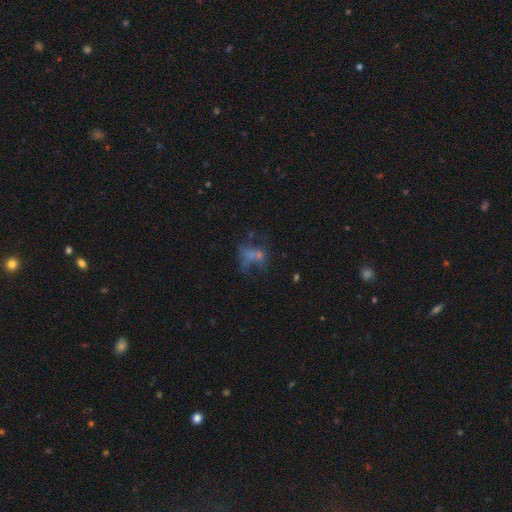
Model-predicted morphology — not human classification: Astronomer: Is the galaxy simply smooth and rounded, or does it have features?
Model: featured or disk — 38% (runner-up: smooth, 36%).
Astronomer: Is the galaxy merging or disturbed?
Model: major disturbance — 39% (runner-up: none, 34%).